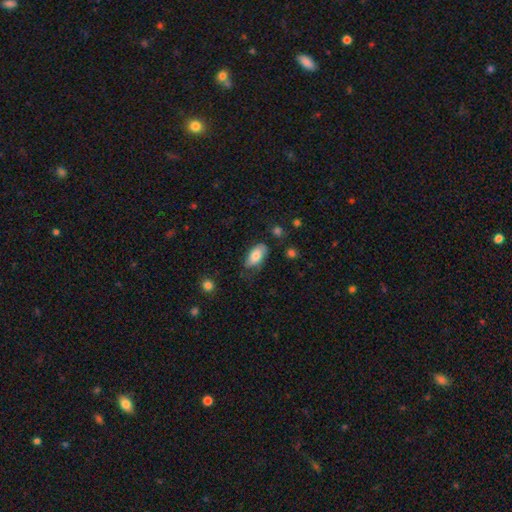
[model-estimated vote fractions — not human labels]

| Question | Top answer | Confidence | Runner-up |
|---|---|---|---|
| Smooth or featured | smooth | 73% | featured or disk (20%) |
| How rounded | in between | 92% | cigar-shaped (5%) |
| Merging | none | 59% | minor disturbance (29%) |